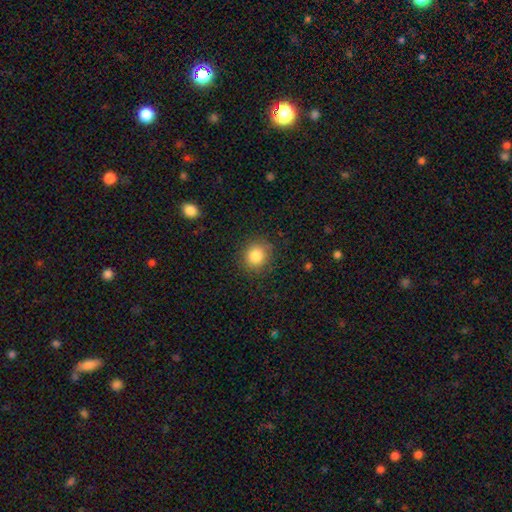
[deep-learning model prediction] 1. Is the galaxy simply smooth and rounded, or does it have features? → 84% smooth, 10% star or artifact, 6% featured or disk.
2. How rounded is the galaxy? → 81% round, 18% in between, 1% cigar-shaped.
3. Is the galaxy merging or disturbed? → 86% none, 9% minor disturbance, 3% major disturbance, 1% merger.